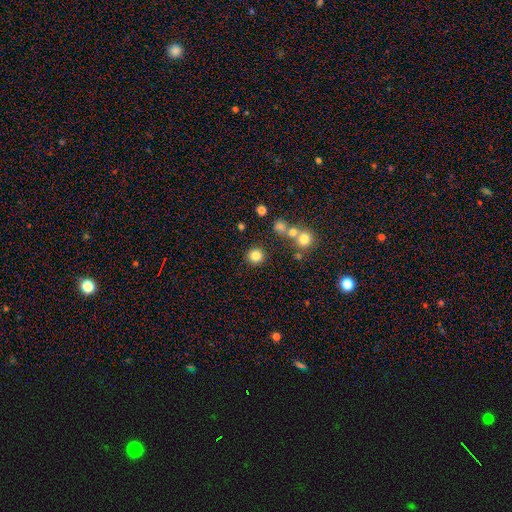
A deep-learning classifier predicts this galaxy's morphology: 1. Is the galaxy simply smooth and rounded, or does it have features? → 82% smooth, 13% star or artifact, 6% featured or disk.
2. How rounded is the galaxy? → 93% round, 6% in between, 1% cigar-shaped.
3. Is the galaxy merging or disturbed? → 86% none, 6% minor disturbance, 5% merger, 3% major disturbance.